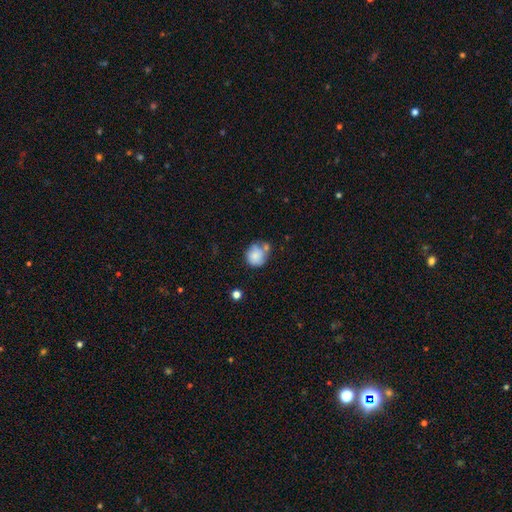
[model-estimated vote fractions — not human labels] Smooth or featured? smooth (76%)
How rounded? round (79%)
Merging? none (42%)